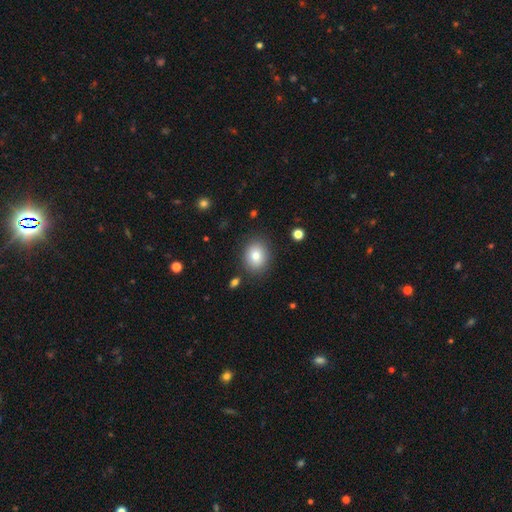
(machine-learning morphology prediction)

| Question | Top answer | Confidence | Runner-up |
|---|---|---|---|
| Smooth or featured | smooth | 80% | featured or disk (10%) |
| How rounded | round | 52% | in between (47%) |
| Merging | none | 85% | minor disturbance (10%) |